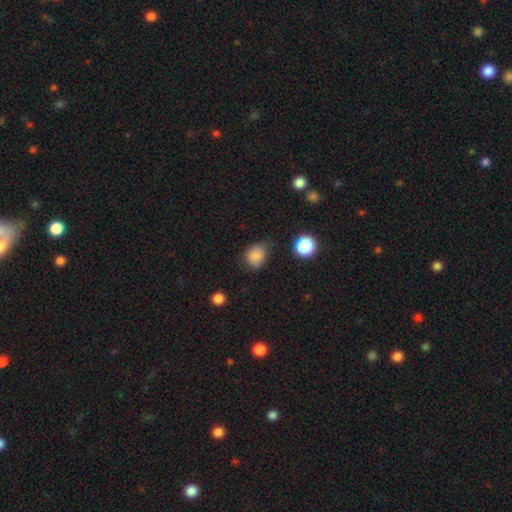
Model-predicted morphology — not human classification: A smooth galaxy with no disk features (83%) that is round (54%). Merging: none (54%).